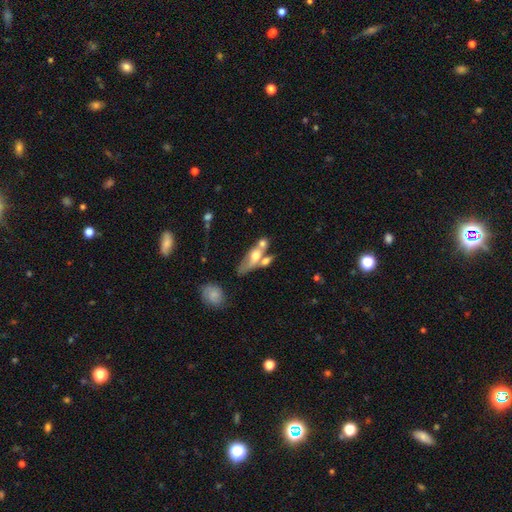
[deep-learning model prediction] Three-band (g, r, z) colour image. It shows a smooth galaxy with no disk features (50%). Merging: merger (49%).